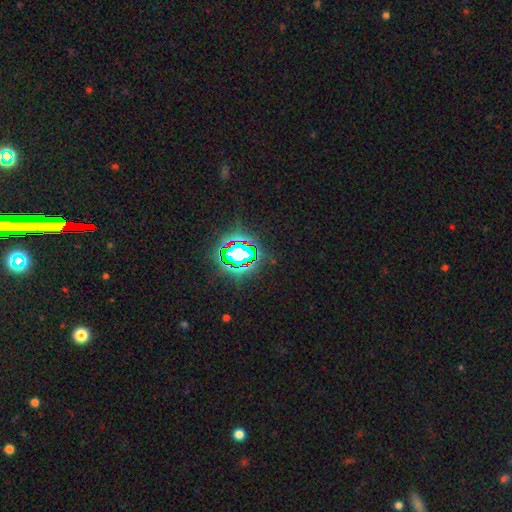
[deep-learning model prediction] The model was most divided on "smooth or featured": star or artifact: 82%, smooth: 11%, featured or disk: 7%.